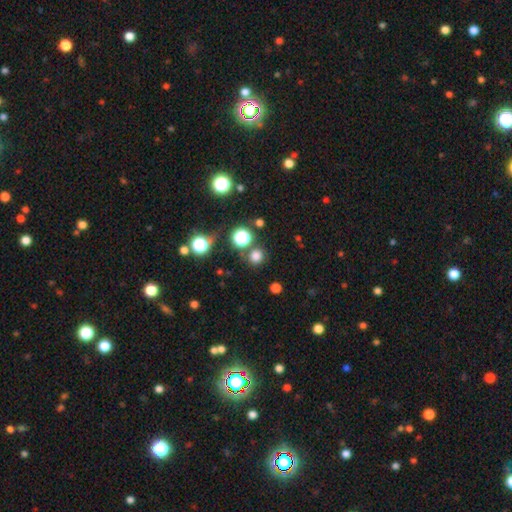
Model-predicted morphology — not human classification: Smooth or featured? Predicted: smooth (p=0.72). How rounded? Predicted: round (p=0.92). Merging? Predicted: none (p=0.81).